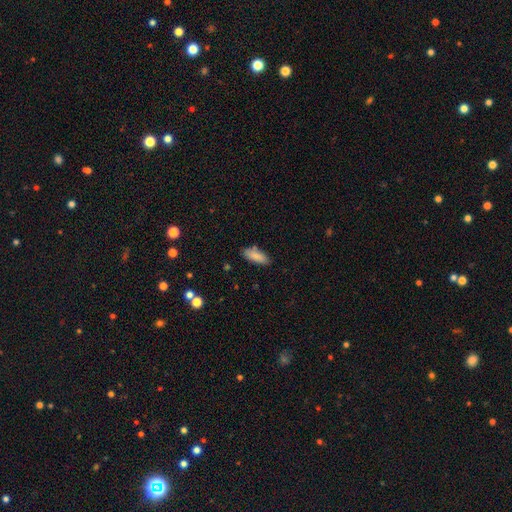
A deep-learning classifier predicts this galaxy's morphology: Smooth or featured? smooth (87%)
How rounded? in between (72%)
Merging? none (81%)